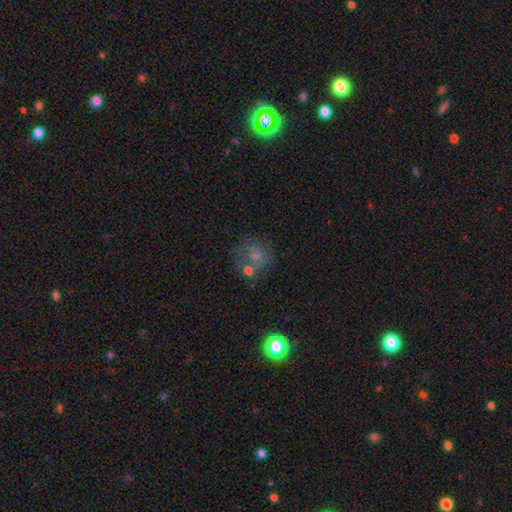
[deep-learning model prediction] This appears to be a smooth galaxy with no disk features (56%) that is round (78%). Merging: none (52%).